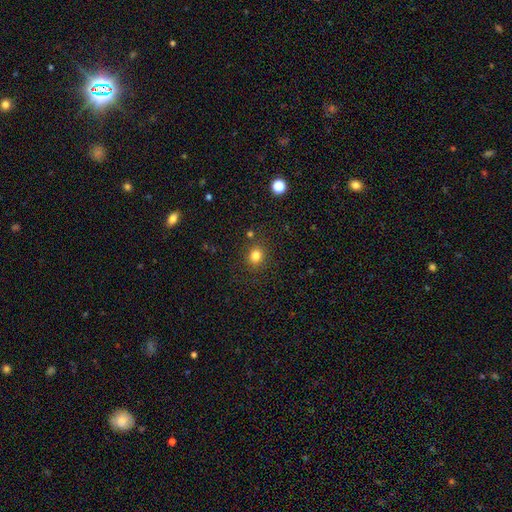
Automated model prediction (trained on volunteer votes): Smooth or featured?
  - smooth: 81% *
  - star or artifact: 13%
  - featured or disk: 6%
How rounded?
  - round: 76% *
  - in between: 23%
  - cigar-shaped: 1%
Merging?
  - none: 83% *
  - minor disturbance: 9%
  - major disturbance: 4%
  - merger: 4%